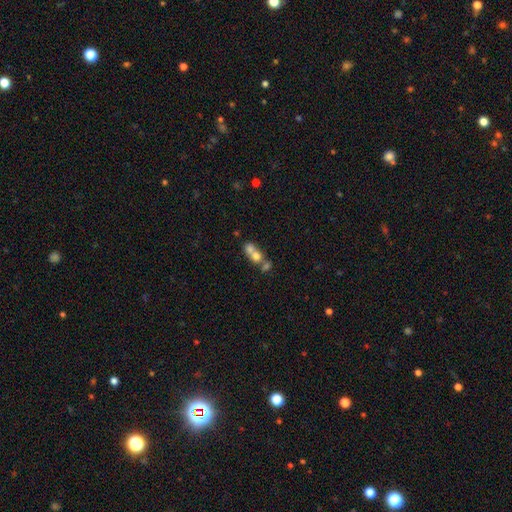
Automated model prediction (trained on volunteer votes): Smooth or featured?
  - smooth: 65% *
  - featured or disk: 23%
  - star or artifact: 12%
How rounded?
  - round: 59% *
  - in between: 38%
  - cigar-shaped: 3%
Merging?
  - merger: 70% *
  - none: 20%
  - minor disturbance: 5%
  - major disturbance: 4%